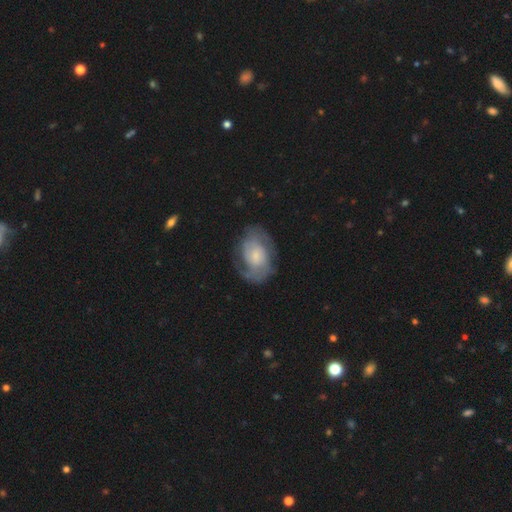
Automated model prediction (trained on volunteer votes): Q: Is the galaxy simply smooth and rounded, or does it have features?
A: featured or disk — 70%.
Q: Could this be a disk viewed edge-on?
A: no — 97%.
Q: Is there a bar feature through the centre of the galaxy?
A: no — 66%.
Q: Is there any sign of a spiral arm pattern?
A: yes — 87%.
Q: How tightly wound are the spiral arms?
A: medium — 42%.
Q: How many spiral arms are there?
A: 2 — 60%.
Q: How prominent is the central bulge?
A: small — 41%.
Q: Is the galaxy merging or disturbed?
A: none — 66%.